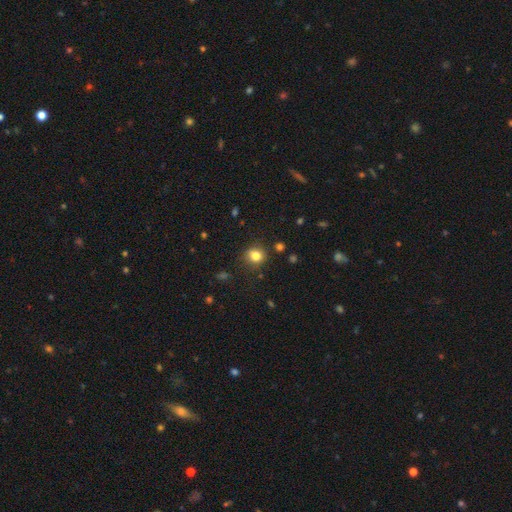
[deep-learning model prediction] smooth 81%, star or artifact 13%, featured or disk 6%. Down the decision tree: how rounded — round (82%); merging — none (84%).